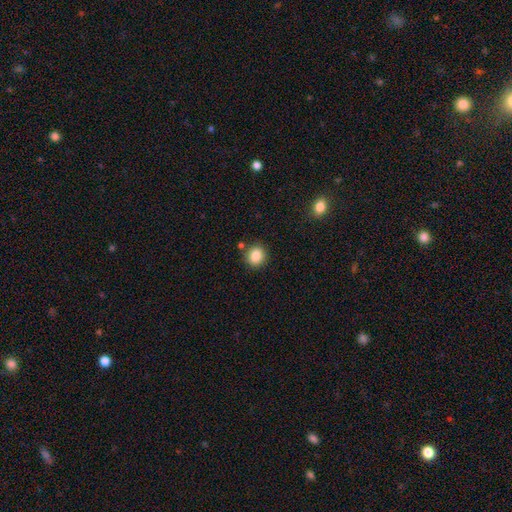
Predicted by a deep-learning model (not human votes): Smooth or featured? Predicted: smooth (p=0.85). How rounded? Predicted: round (p=0.86). Merging? Predicted: none (p=0.85).